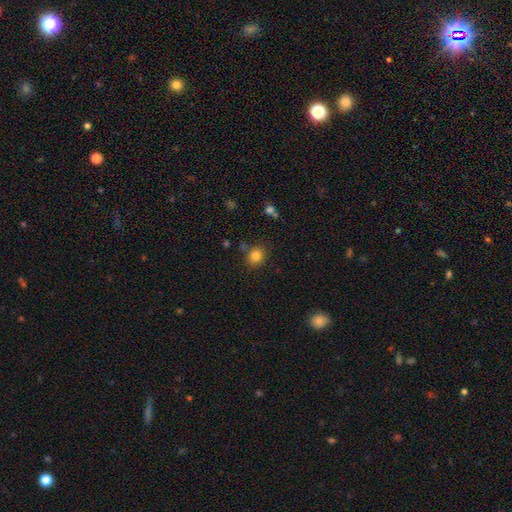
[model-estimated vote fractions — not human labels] Morphology: type=smooth (83%); roundness=round (78%); merging=none (80%).